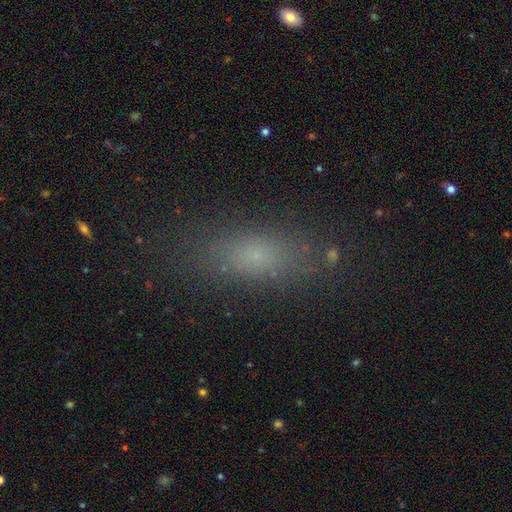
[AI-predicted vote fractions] Smooth or featured?
  - smooth: 69% *
  - star or artifact: 18%
  - featured or disk: 14%
How rounded?
  - in between: 61% *
  - cigar-shaped: 33%
  - round: 6%
Merging?
  - none: 82% *
  - minor disturbance: 12%
  - major disturbance: 4%
  - merger: 2%